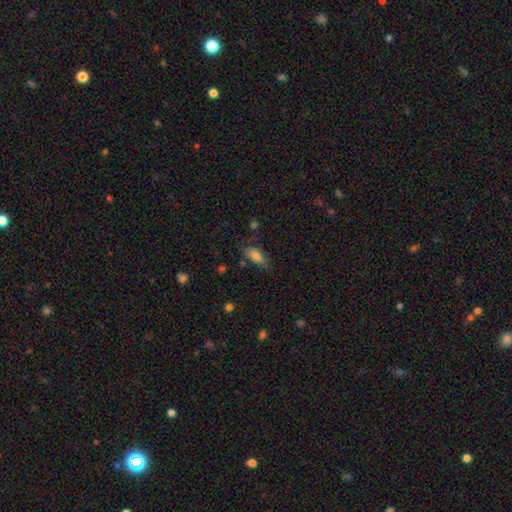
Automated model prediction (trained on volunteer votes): A smooth galaxy with no disk features (77%) that is in between round and cigar-shaped (83%). Merging: none (60%).